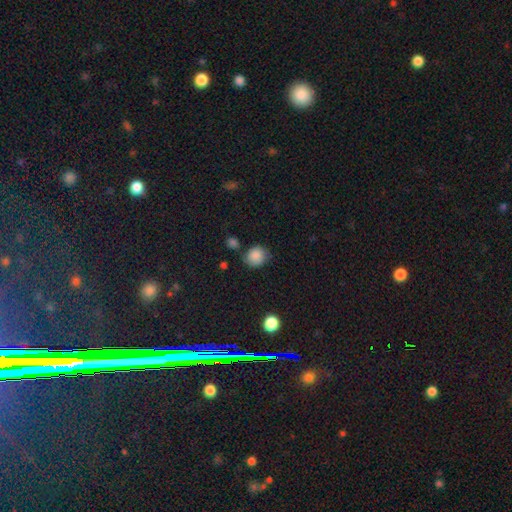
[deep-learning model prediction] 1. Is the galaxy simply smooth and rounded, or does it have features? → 86% smooth, 9% star or artifact, 5% featured or disk.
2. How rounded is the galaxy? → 78% round, 21% in between, 1% cigar-shaped.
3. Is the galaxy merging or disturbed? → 67% none, 22% minor disturbance, 6% merger, 6% major disturbance.